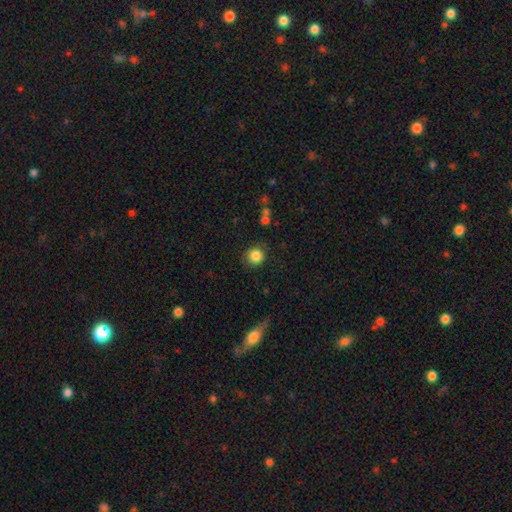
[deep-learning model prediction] This is clearly a smooth galaxy (85%). How rounded: clearly round (92%). Merging: clearly none (86%).